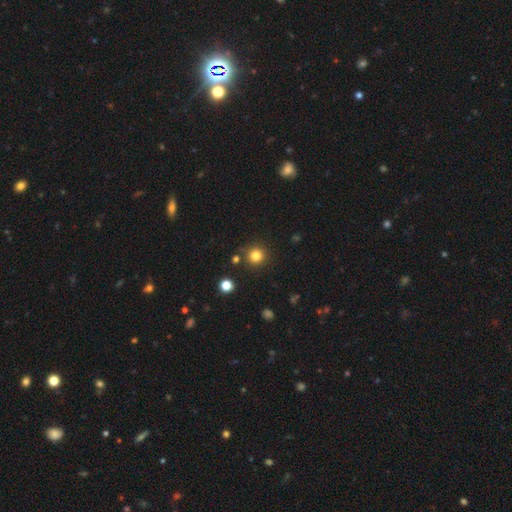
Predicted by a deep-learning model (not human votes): Morphology: type=smooth (81%); roundness=round (95%); merging=none (87%).